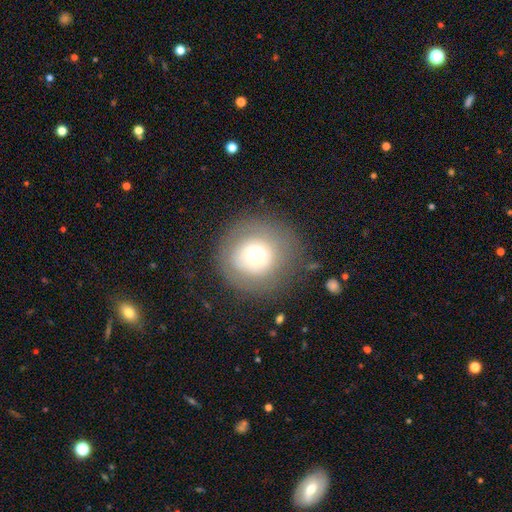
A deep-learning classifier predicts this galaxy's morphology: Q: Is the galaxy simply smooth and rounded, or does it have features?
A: smooth — 58%.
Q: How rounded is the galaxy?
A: round — 93%.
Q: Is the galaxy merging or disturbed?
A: none — 78%.